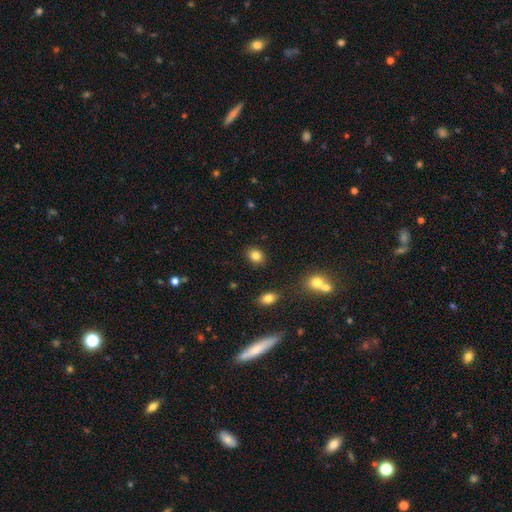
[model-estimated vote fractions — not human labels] Smooth or featured: smooth — 84% (star or artifact — 10%)
How rounded: in between — 54% (round — 45%)
Merging: none — 87% (minor disturbance — 8%)